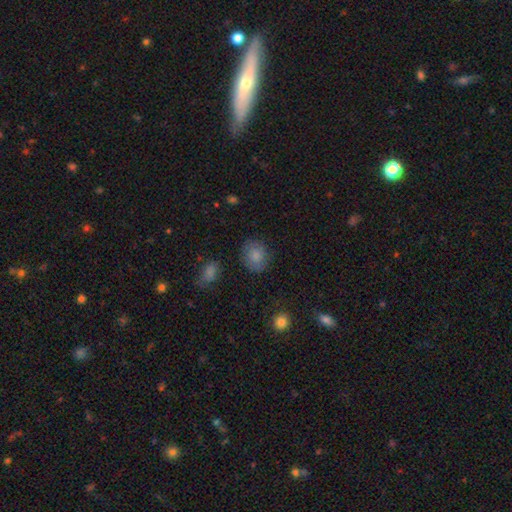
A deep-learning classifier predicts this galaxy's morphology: This is clearly a smooth galaxy (80%). How rounded: likely round (68%). Merging: likely none (79%).